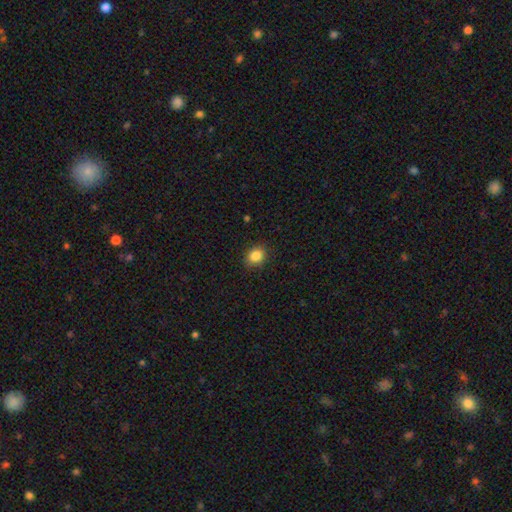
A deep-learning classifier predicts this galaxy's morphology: This appears to be a smooth galaxy with no disk features (85%) that is round (54%). Merging: none (87%).